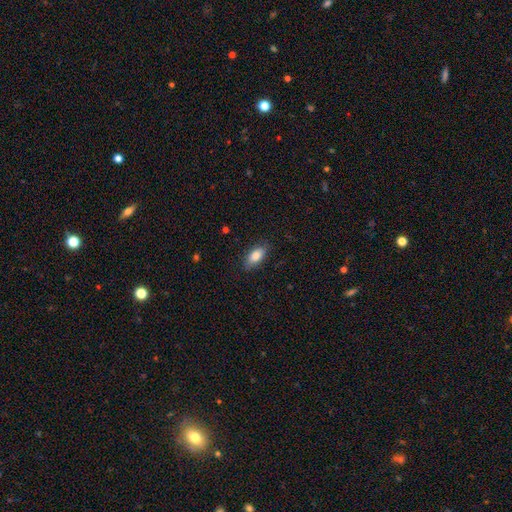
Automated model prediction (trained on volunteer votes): smooth 84%, featured or disk 10%, star or artifact 7%. Down the decision tree: how rounded — in between (89%); merging — none (84%).